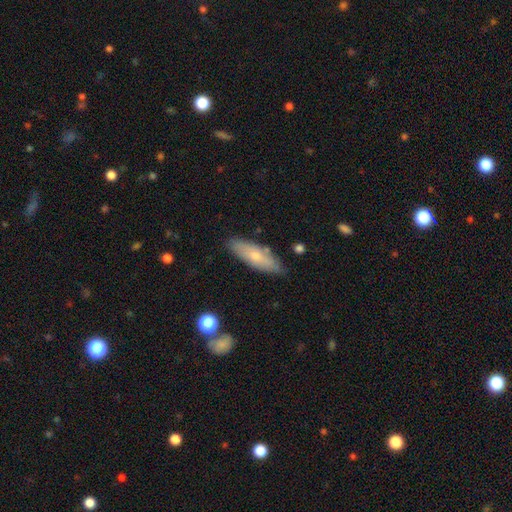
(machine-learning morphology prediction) This appears to be a smooth galaxy with no disk features (66%) that is in between round and cigar-shaped (52%). Merging: none (81%).